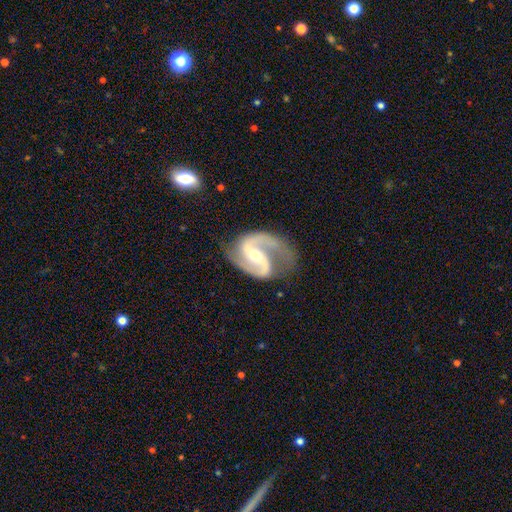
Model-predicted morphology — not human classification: The model was most divided on "bar": strong: 39%, weak: 38%, no: 23%. Remaining: spiral arms — yes (98%); edge-on disk — no (98%); spiral arm count — 2 (93%); smooth or featured — featured or disk (93%); merging — none (69%); spiral winding — medium (57%); bulge size — moderate (49%).